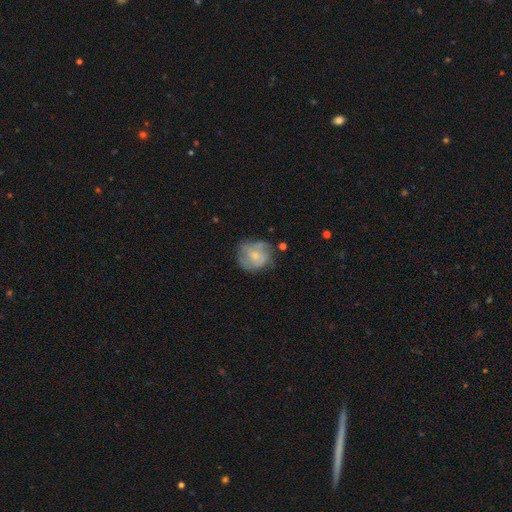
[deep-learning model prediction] A featured or disk galaxy (52%) with no bar (72%), spiral arms (68%) and a small central bulge (64%). Merging: none (60%).